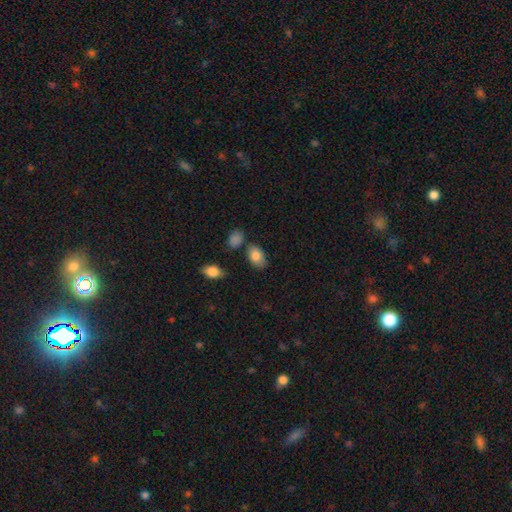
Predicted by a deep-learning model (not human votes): Smooth or featured?
  - smooth: 84% *
  - featured or disk: 8%
  - star or artifact: 7%
How rounded?
  - in between: 89% *
  - round: 10%
  - cigar-shaped: 1%
Merging?
  - none: 75% *
  - minor disturbance: 14%
  - merger: 7%
  - major disturbance: 3%